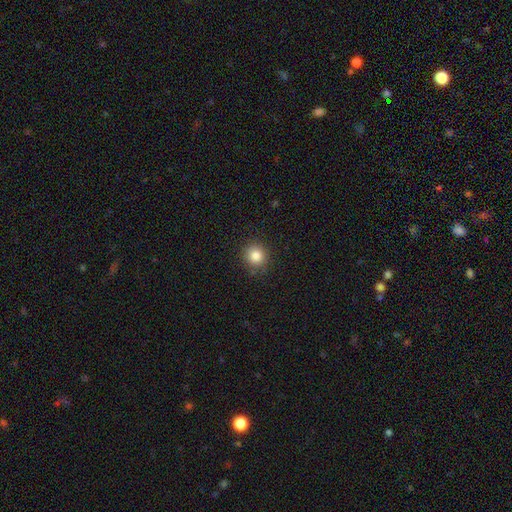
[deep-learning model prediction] smooth_or_featured: smooth (p=0.83) [alt: star or artifact p=0.11]
how_rounded: round (p=0.90) [alt: in between p=0.09]
merging: none (p=0.89) [alt: minor disturbance p=0.08]